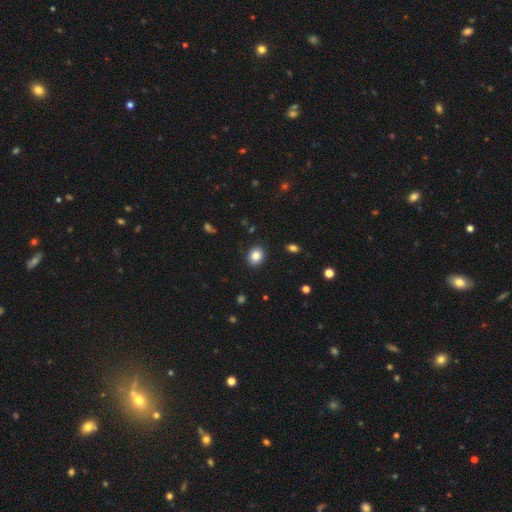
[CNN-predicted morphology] A smooth galaxy with no disk features (84%) that is round (61%).

Vote fractions:
- Smooth or featured? smooth: 84% / star or artifact: 10% / featured or disk: 6%
- How rounded? round: 61% / in between: 38% / cigar-shaped: 1%
- Merging? none: 90% / minor disturbance: 7% / major disturbance: 2% / merger: 1%